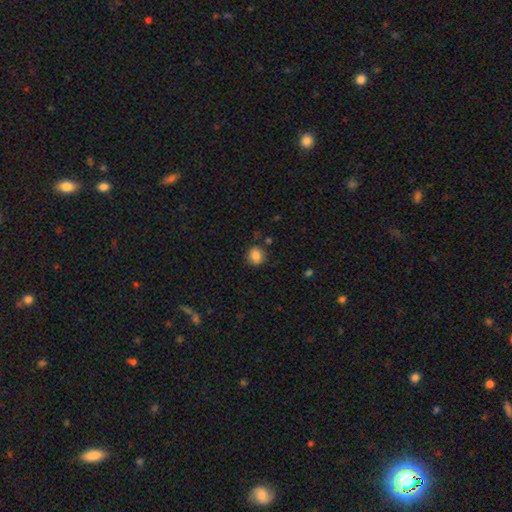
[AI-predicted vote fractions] This appears to be a smooth galaxy with no disk features (84%) that is round (69%). Merging: none (82%).